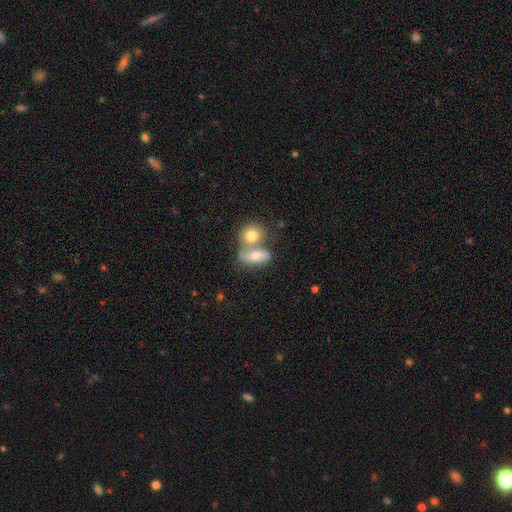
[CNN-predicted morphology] type=smooth (71%); roundness=in between (77%); merging=merger (60%).